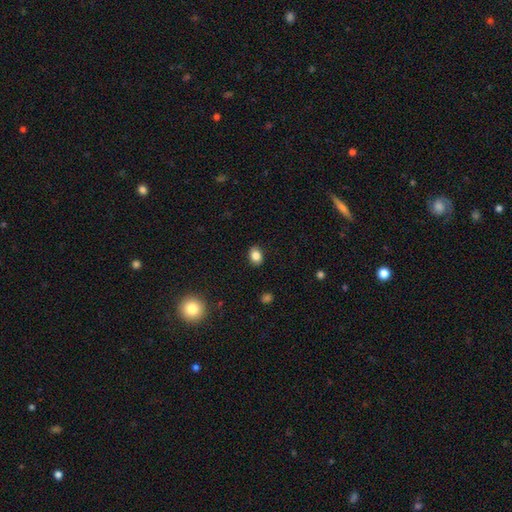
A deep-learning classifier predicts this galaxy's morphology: Q: Smooth or featured?
A: smooth (85%); runner-up: star or artifact (10%)
Q: How rounded?
A: in between (65%); runner-up: round (34%)
Q: Merging?
A: none (86%); runner-up: minor disturbance (11%)